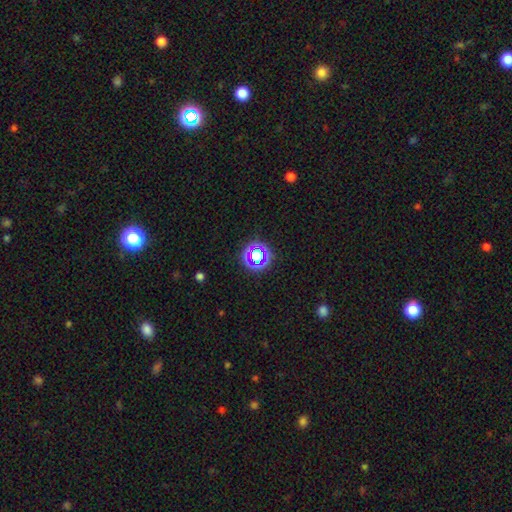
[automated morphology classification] smooth_or_featured: star or artifact (p=0.60) [alt: smooth p=0.28]